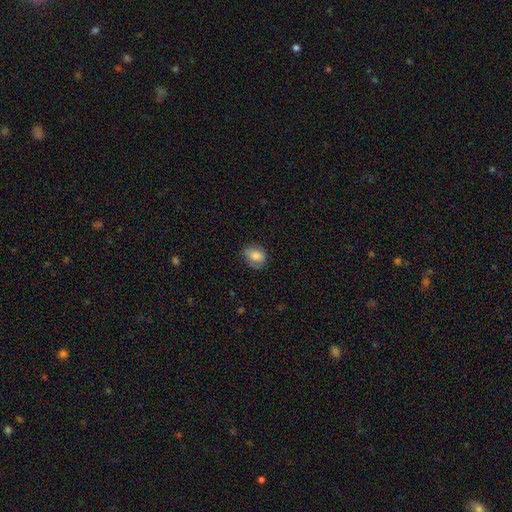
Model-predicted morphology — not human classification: This is clearly a smooth galaxy (81%). How rounded: likely in between (63%). Merging: likely none (67%).